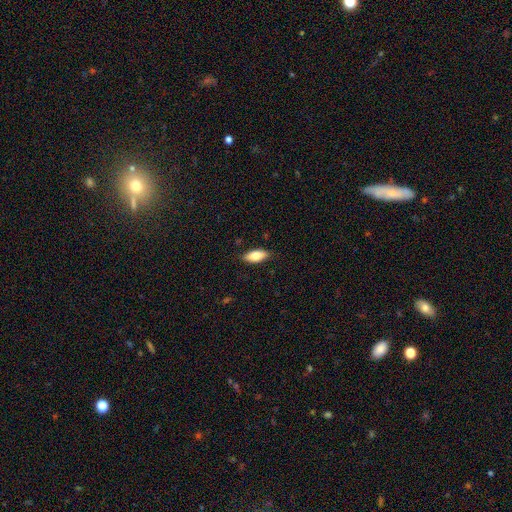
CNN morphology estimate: smooth-or-featured: smooth: 79% | featured or disk: 15% | star or artifact: 6%
  how-rounded: in between: 85% | cigar-shaped: 13% | round: 2%
  merging: none: 86% | minor disturbance: 11% | major disturbance: 2% | merger: 1%